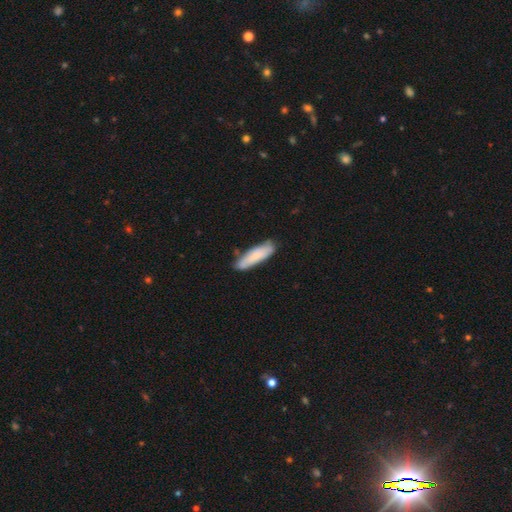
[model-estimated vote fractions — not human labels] The model was most divided on "how rounded": cigar-shaped: 67%, in between: 32%, round: 1%. More confident: merging — none (76%); smooth or featured — smooth (75%).